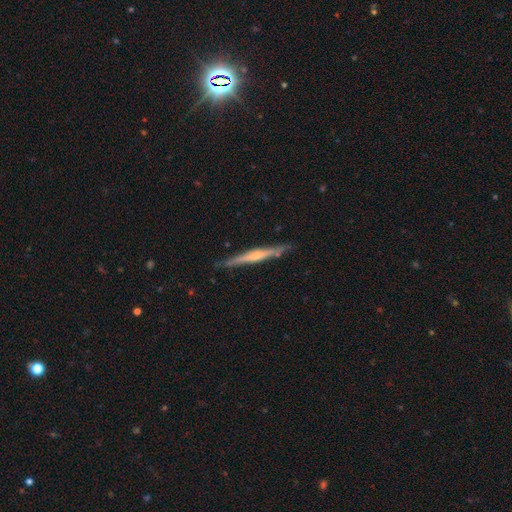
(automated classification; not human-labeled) Q: Smooth or featured?
A: featured or disk (68%); runner-up: smooth (27%)
Q: Edge-on disk?
A: yes (97%); runner-up: no (3%)
Q: Edge-on bulge?
A: rounded (55%); runner-up: none (30%)
Q: Merging?
A: none (86%); runner-up: minor disturbance (11%)